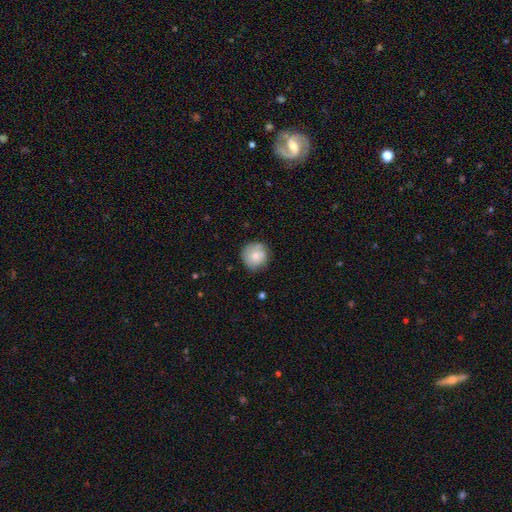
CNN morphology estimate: This appears to be a smooth galaxy with no disk features (64%) that is round (92%). Merging: none (77%).